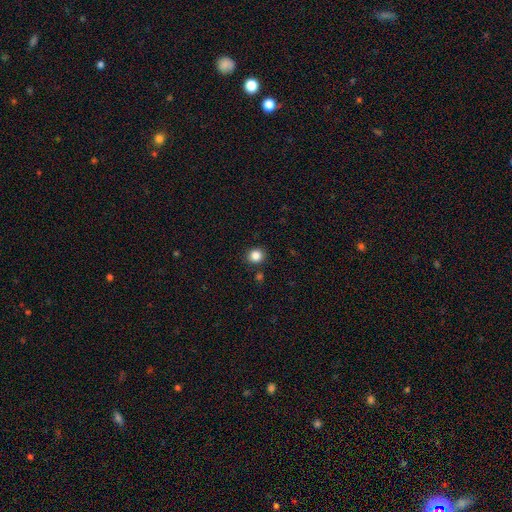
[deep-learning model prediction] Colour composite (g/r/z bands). It shows a smooth galaxy with no disk features (85%) that is round (87%). Merging: none (88%).